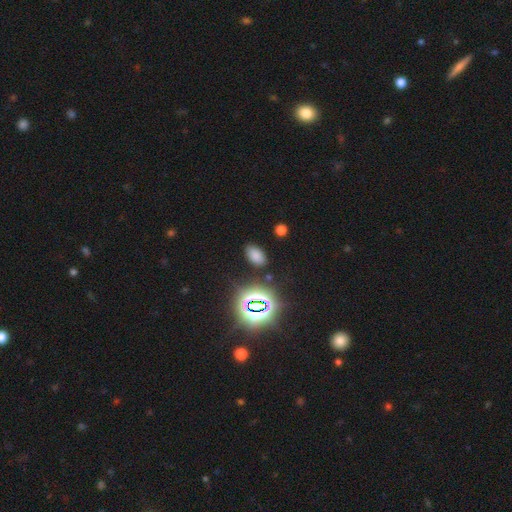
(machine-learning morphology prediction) smooth 68%, star or artifact 25%, featured or disk 6%. Down the decision tree: how rounded — in between (91%); merging — none (85%).